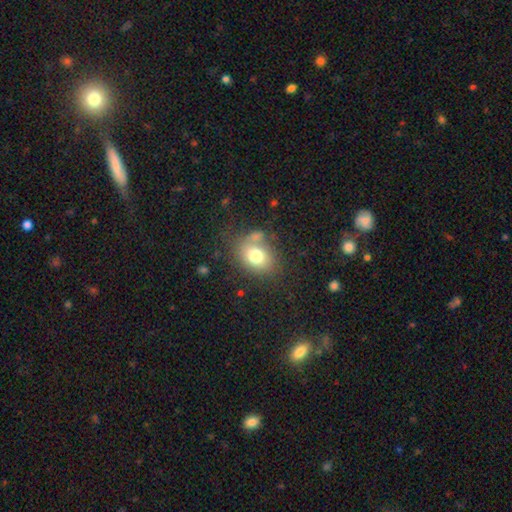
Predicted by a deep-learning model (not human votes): Smooth or featured: smooth — 74% (featured or disk — 15%)
How rounded: in between — 60% (round — 39%)
Merging: none — 62% (minor disturbance — 18%)